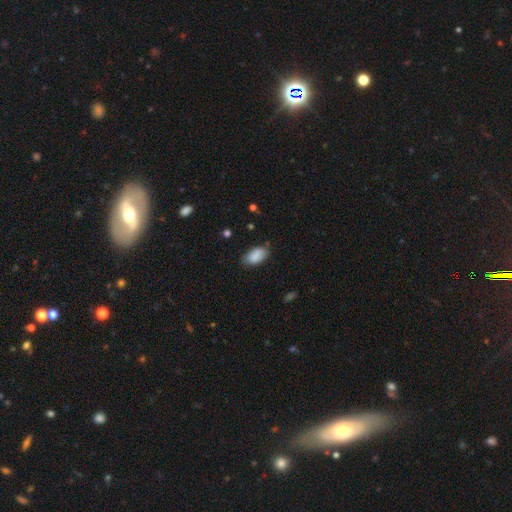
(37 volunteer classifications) Q: Smooth or featured?
A: smooth (92%); runner-up: star or artifact (5%)
Q: How rounded?
A: in between (91%); runner-up: round (6%)
Q: Merging?
A: none (80%); runner-up: minor disturbance (14%)